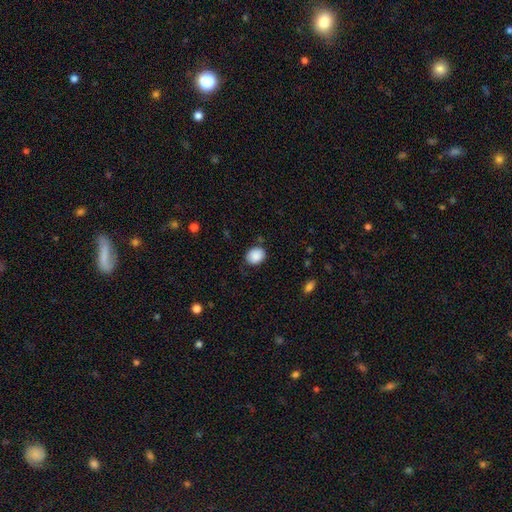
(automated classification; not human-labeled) Smooth or featured?
  - smooth: 89% *
  - star or artifact: 8%
  - featured or disk: 3%
How rounded?
  - round: 54% *
  - in between: 46%
  - cigar-shaped: 1%
Merging?
  - none: 80% *
  - minor disturbance: 15%
  - major disturbance: 4%
  - merger: 2%